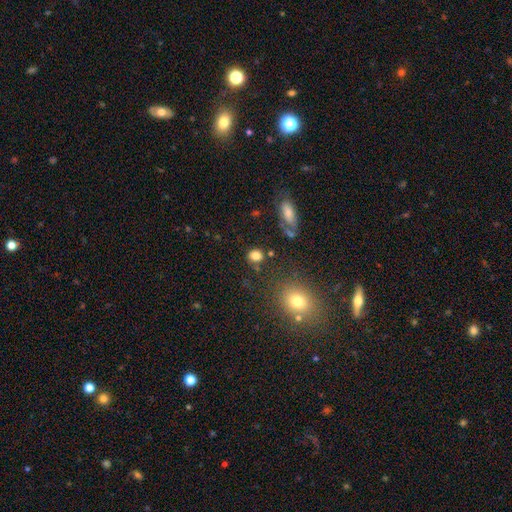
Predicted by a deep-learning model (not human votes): A smooth galaxy with no disk features (82%) that is round (59%). Merging: none (77%).